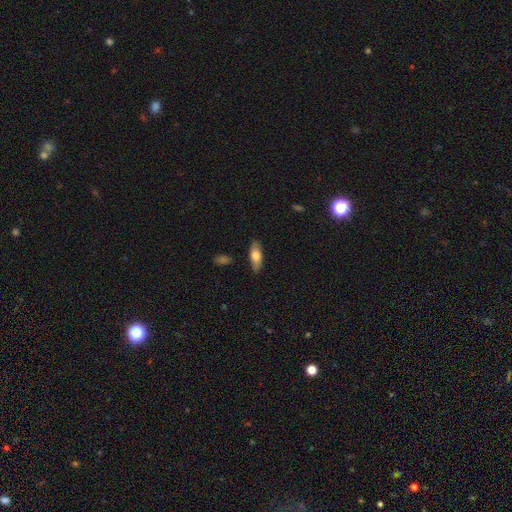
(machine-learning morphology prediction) This is likely a smooth galaxy (70%). How rounded: likely in between (70%). Merging: clearly none (86%).